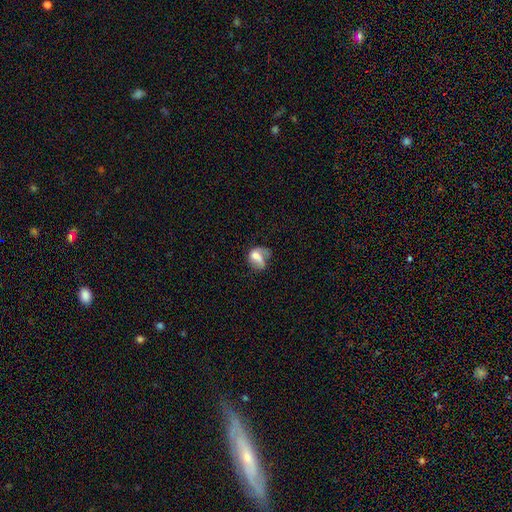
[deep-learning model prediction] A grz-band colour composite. It shows a smooth galaxy with no disk features (54%) that is in between round and cigar-shaped (60%). Merging: major disturbance (42%).